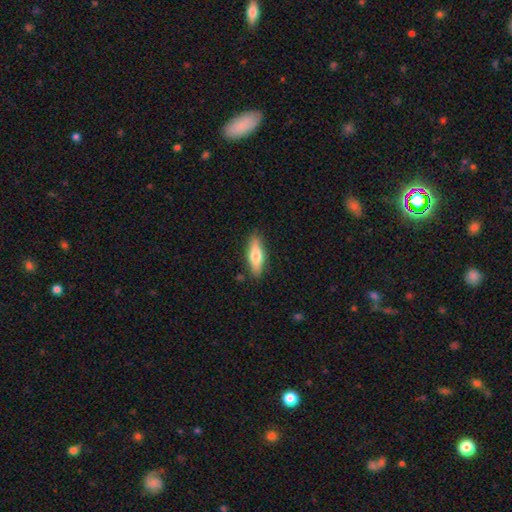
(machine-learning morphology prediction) smooth 65%, featured or disk 29%, star or artifact 6%. Down the decision tree: how rounded — cigar-shaped (51%); merging — none (86%).